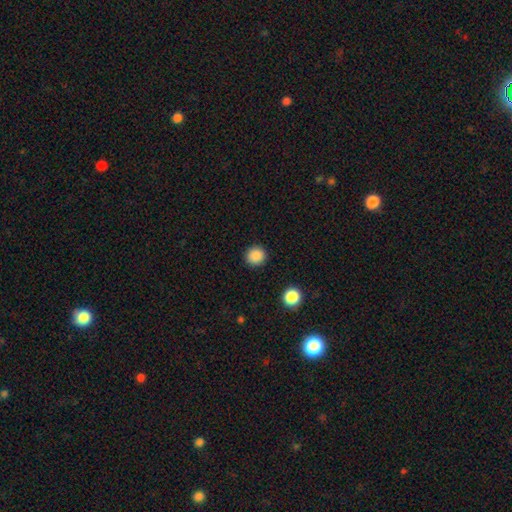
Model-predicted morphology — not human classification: smooth 87%, star or artifact 10%, featured or disk 3%. Down the decision tree: how rounded — round (93%); merging — none (92%).